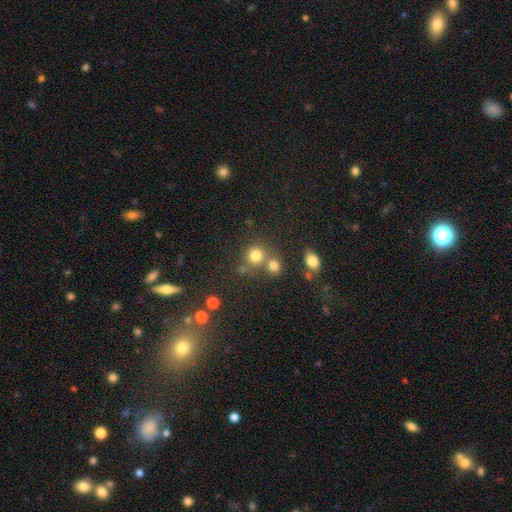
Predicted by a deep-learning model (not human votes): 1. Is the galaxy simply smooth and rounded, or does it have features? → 77% smooth, 15% star or artifact, 7% featured or disk.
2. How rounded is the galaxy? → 86% round, 13% in between, 1% cigar-shaped.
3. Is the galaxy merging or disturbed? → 58% none, 30% merger, 8% minor disturbance, 4% major disturbance.